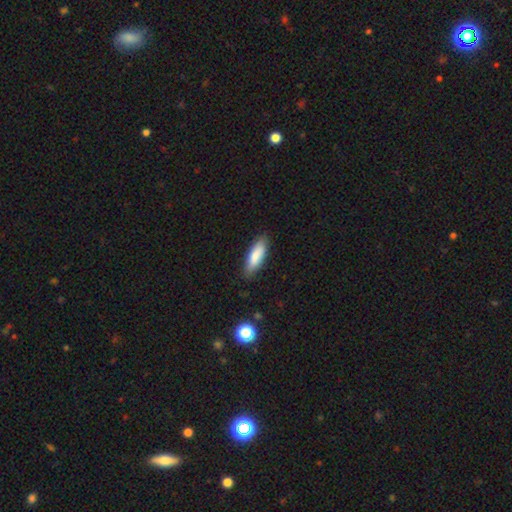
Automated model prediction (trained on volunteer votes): This appears to be a smooth galaxy with no disk features (84%) that is in between round and cigar-shaped (56%). Merging: none (85%).